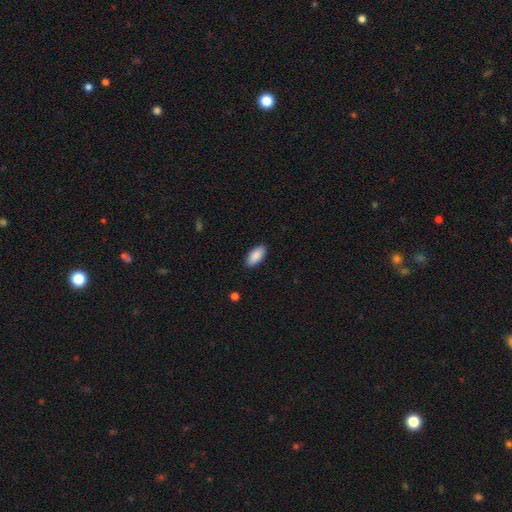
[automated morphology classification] A smooth galaxy with no disk features (90%) that is in between round and cigar-shaped (92%).

Vote fractions:
- Smooth or featured? smooth: 90% / star or artifact: 6% / featured or disk: 4%
- How rounded? in between: 92% / cigar-shaped: 6% / round: 2%
- Merging? none: 89% / minor disturbance: 8% / major disturbance: 2% / merger: 1%